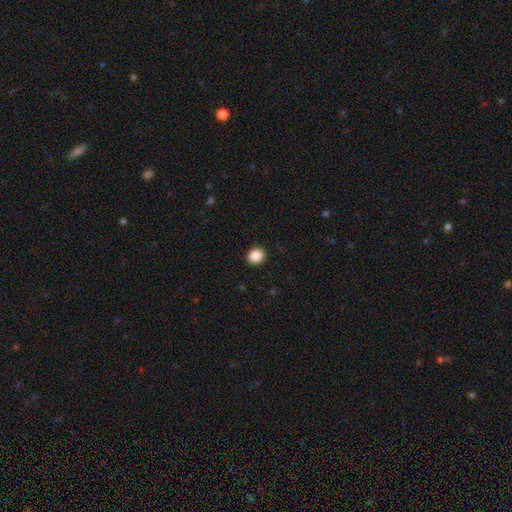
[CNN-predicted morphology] Smooth or featured: smooth — 88% (star or artifact — 9%)
How rounded: round — 75% (in between — 24%)
Merging: none — 92% (minor disturbance — 5%)